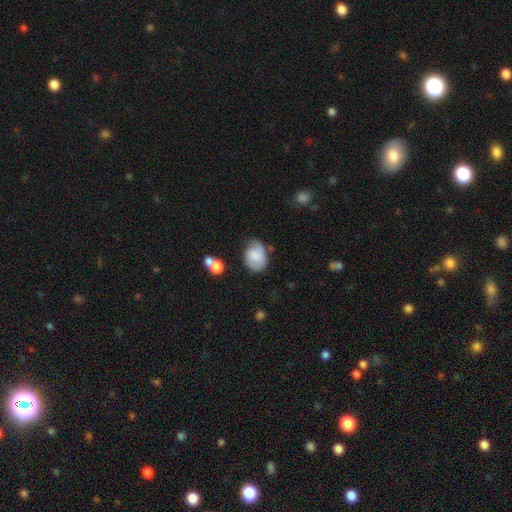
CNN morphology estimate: A smooth galaxy with no disk features (73%) that is in between round and cigar-shaped (64%). Merging: none (53%).